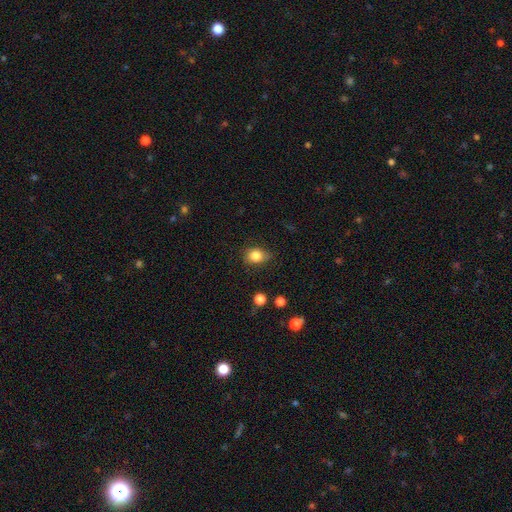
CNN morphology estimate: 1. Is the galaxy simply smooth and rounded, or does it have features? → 83% smooth, 10% star or artifact, 7% featured or disk.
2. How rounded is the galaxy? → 52% round, 47% in between, 1% cigar-shaped.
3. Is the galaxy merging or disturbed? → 68% none, 25% minor disturbance, 5% major disturbance, 2% merger.